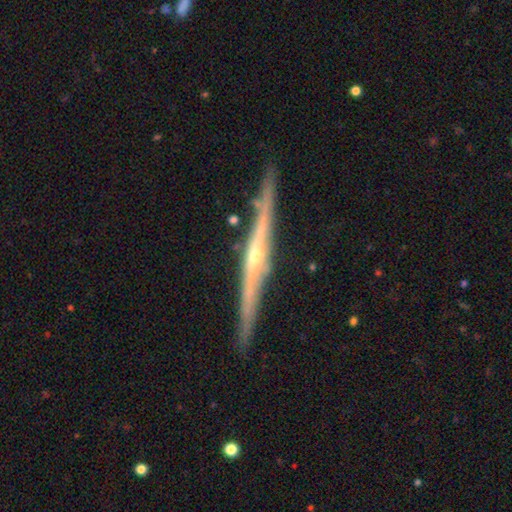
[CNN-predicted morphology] This appears to be a featured or disk galaxy (87%) viewed edge-on (97%) with a rounded central bulge (77%). Merging: none (87%).